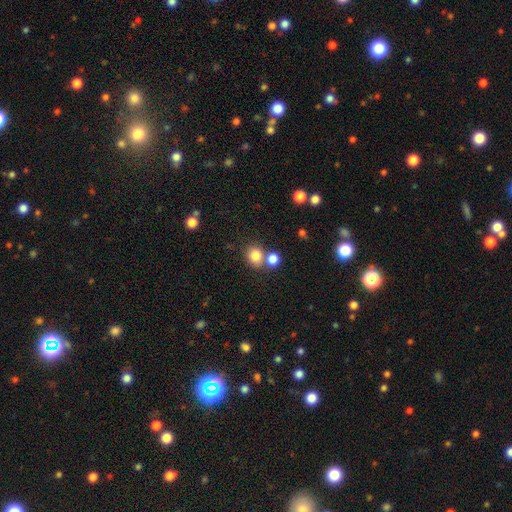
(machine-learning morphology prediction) A smooth galaxy with no disk features (81%) that is round (76%).

Vote fractions:
- Smooth or featured? smooth: 81% / star or artifact: 12% / featured or disk: 7%
- How rounded? round: 76% / in between: 23% / cigar-shaped: 1%
- Merging? none: 57% / merger: 31% / minor disturbance: 9% / major disturbance: 3%